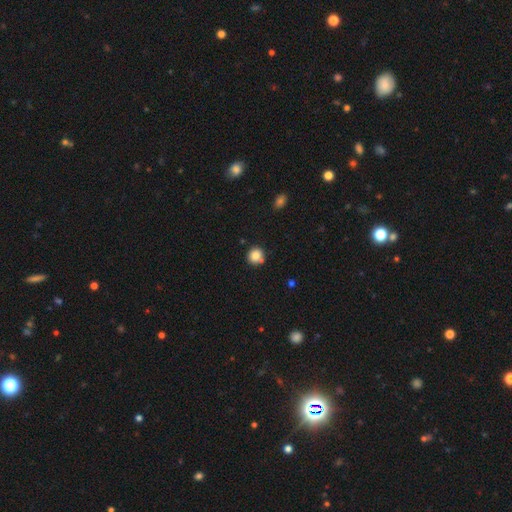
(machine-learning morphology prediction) type=smooth (83%); roundness=round (91%); merging=none (78%).